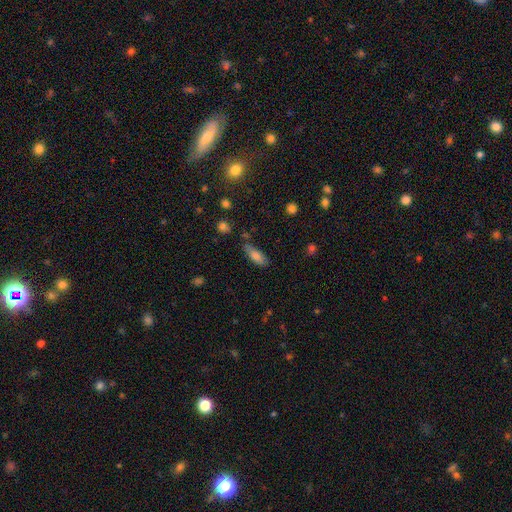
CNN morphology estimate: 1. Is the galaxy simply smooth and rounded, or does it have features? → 78% smooth, 14% featured or disk, 8% star or artifact.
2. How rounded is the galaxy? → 66% in between, 32% cigar-shaped, 2% round.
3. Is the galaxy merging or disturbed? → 66% none, 23% minor disturbance, 5% merger, 5% major disturbance.